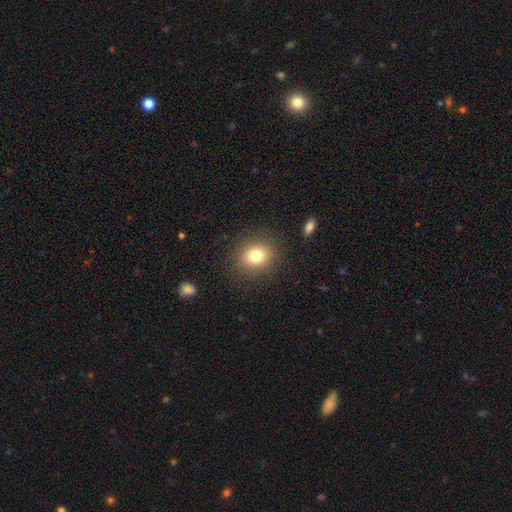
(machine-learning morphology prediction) A smooth galaxy with no disk features (79%) that is round (74%).

Vote fractions:
- Smooth or featured? smooth: 79% / star or artifact: 12% / featured or disk: 9%
- How rounded? round: 74% / in between: 25% / cigar-shaped: 1%
- Merging? none: 87% / minor disturbance: 8% / major disturbance: 3% / merger: 1%